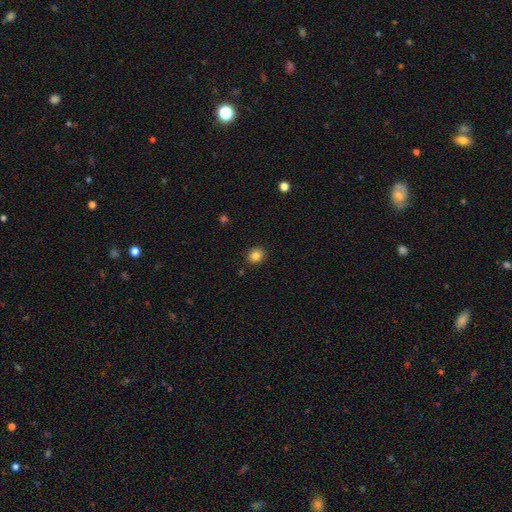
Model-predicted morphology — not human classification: Q: Smooth or featured?
A: smooth (84%); runner-up: star or artifact (10%)
Q: How rounded?
A: round (72%); runner-up: in between (27%)
Q: Merging?
A: none (90%); runner-up: minor disturbance (7%)